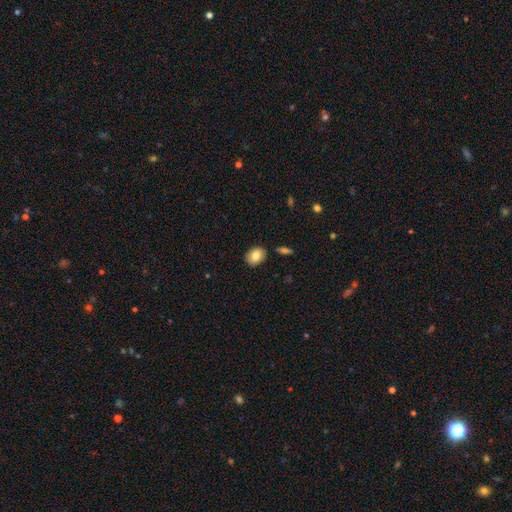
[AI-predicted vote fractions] The model was most divided on "how rounded": in between: 59%, round: 39%, cigar-shaped: 1%. More confident: merging — none (86%); smooth or featured — smooth (83%).